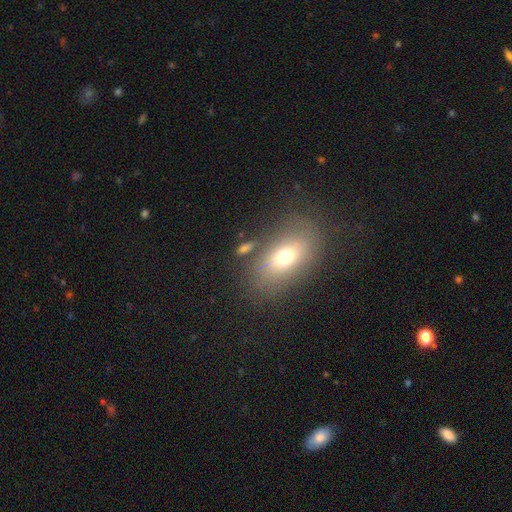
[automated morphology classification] Q: Smooth or featured?
A: smooth (66%); runner-up: featured or disk (20%)
Q: How rounded?
A: in between (76%); runner-up: round (16%)
Q: Merging?
A: none (71%); runner-up: minor disturbance (14%)